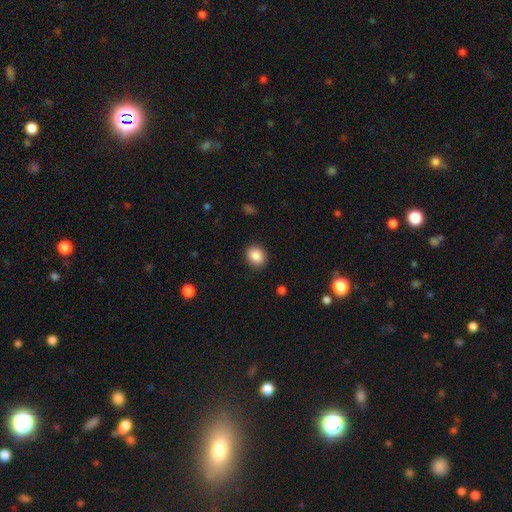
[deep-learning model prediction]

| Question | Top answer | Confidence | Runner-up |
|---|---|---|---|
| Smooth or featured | smooth | 88% | star or artifact (8%) |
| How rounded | round | 63% | in between (37%) |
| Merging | none | 89% | minor disturbance (8%) |